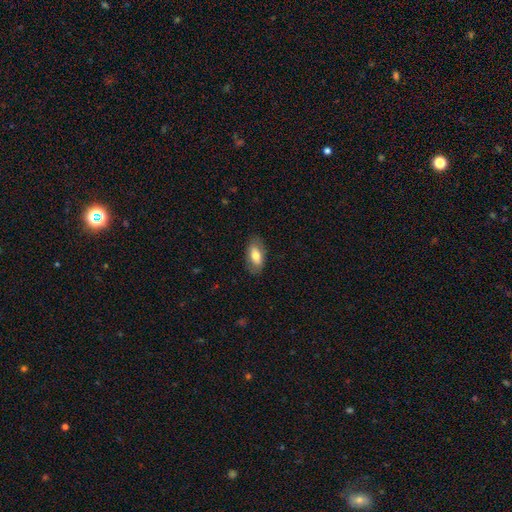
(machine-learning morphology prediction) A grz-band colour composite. It shows a smooth galaxy with no disk features (73%) that is in between round and cigar-shaped (91%). Merging: none (83%).